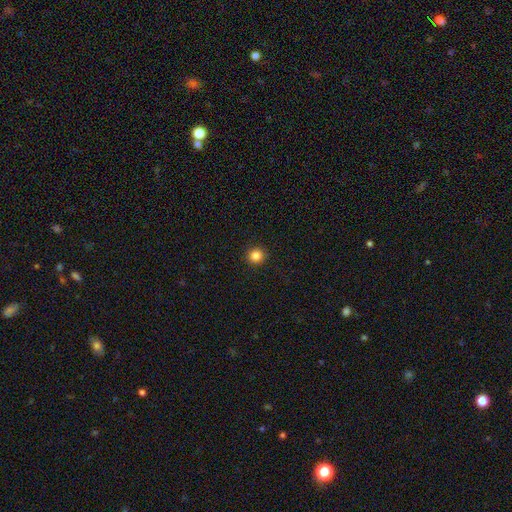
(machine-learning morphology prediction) This is clearly a smooth galaxy (84%). How rounded: clearly round (94%). Merging: clearly none (93%).